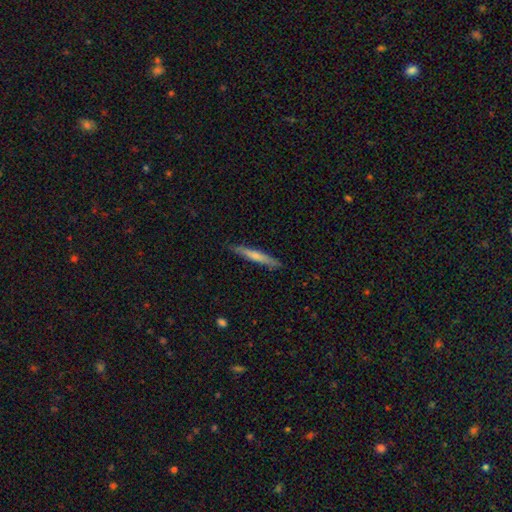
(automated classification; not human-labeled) Overall: smooth (62%; featured or disk 33%). How rounded: cigar-shaped (95%). Merging: none (87%).